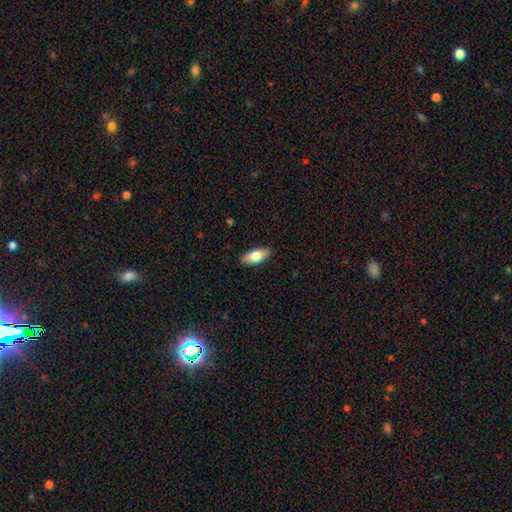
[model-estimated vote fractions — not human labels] The model was most divided on "smooth or featured": smooth: 77%, featured or disk: 17%, star or artifact: 6%. More confident: merging — none (89%); how rounded — in between (83%).